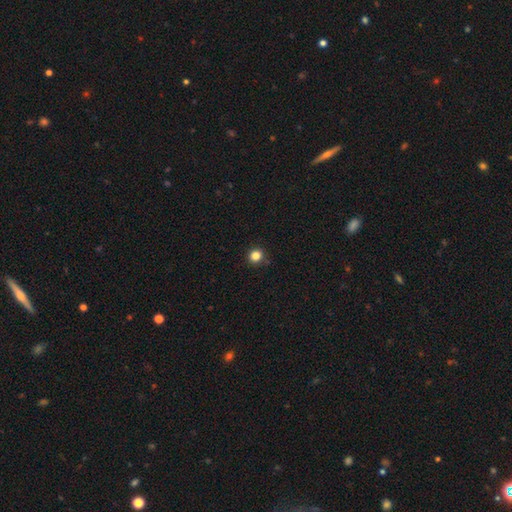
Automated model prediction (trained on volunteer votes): Q: Smooth or featured?
A: smooth (84%); runner-up: star or artifact (13%)
Q: How rounded?
A: round (91%); runner-up: in between (8%)
Q: Merging?
A: none (90%); runner-up: minor disturbance (7%)